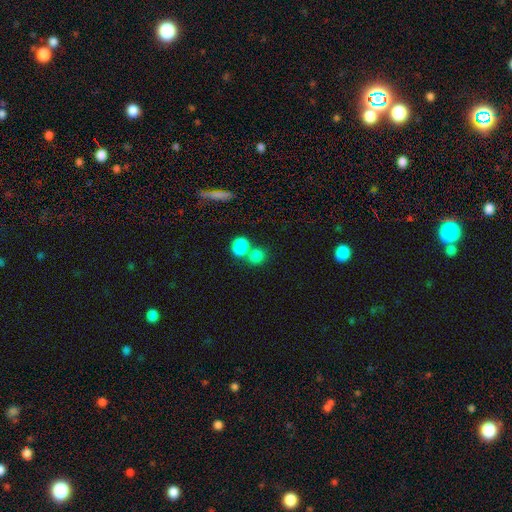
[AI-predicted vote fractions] smooth_or_featured: smooth (p=0.83) [alt: star or artifact p=0.10]
how_rounded: round (p=0.73) [alt: in between p=0.25]
merging: none (p=0.46) [alt: merger p=0.43]